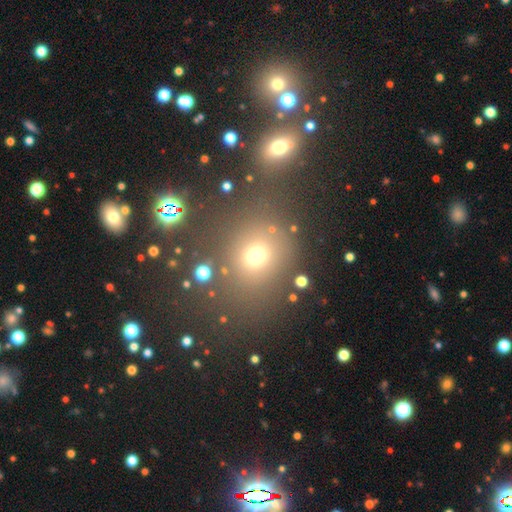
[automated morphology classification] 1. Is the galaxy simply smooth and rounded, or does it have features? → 66% smooth, 24% star or artifact, 10% featured or disk.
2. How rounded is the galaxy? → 68% round, 31% in between, 2% cigar-shaped.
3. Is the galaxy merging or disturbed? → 70% none, 11% merger, 11% minor disturbance, 7% major disturbance.